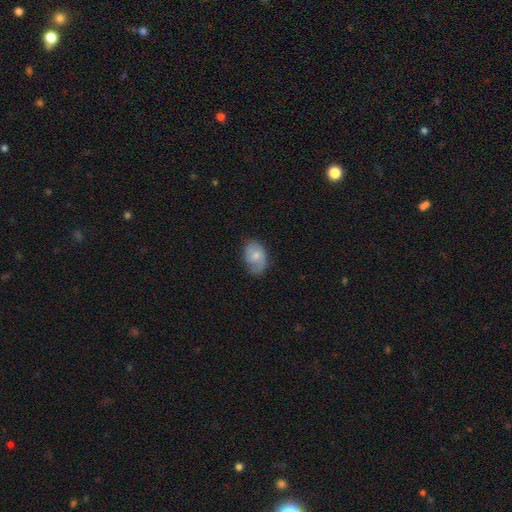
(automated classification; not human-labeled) A smooth galaxy with no disk features (64%) that is in between round and cigar-shaped (83%).

Vote fractions:
- Smooth or featured? smooth: 64% / featured or disk: 29% / star or artifact: 7%
- How rounded? in between: 83% / round: 16% / cigar-shaped: 1%
- Merging? none: 60% / minor disturbance: 29% / major disturbance: 9% / merger: 1%